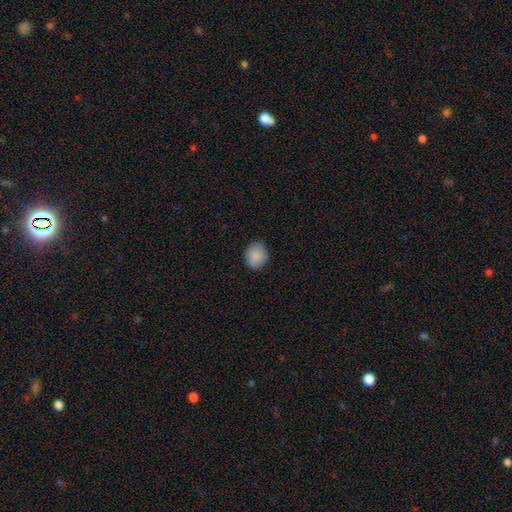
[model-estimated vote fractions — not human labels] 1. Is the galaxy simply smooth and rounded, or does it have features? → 88% smooth, 8% star or artifact, 4% featured or disk.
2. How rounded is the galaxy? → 70% round, 29% in between, 1% cigar-shaped.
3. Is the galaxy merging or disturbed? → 83% none, 13% minor disturbance, 3% major disturbance, 1% merger.